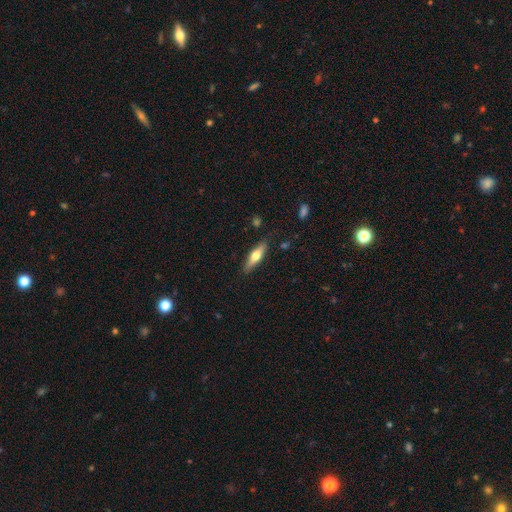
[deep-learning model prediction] The model was most divided on "smooth or featured": smooth: 54%, featured or disk: 40%, star or artifact: 6%. More confident: merging — none (85%); how rounded — cigar-shaped (64%).